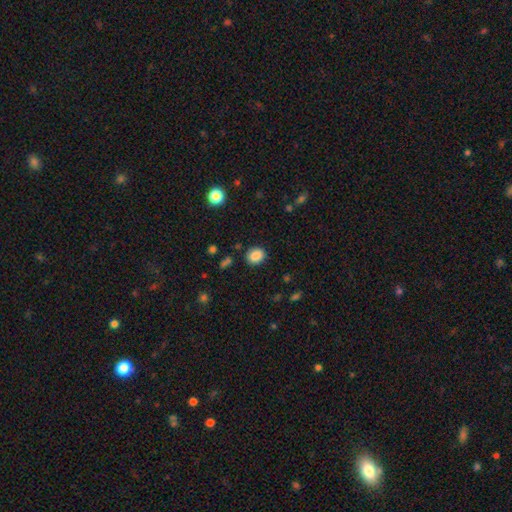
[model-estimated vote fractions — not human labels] Smooth or featured?
  - smooth: 86% *
  - star or artifact: 9%
  - featured or disk: 4%
How rounded?
  - round: 60% *
  - in between: 39%
  - cigar-shaped: 1%
Merging?
  - none: 86% *
  - minor disturbance: 9%
  - major disturbance: 3%
  - merger: 2%